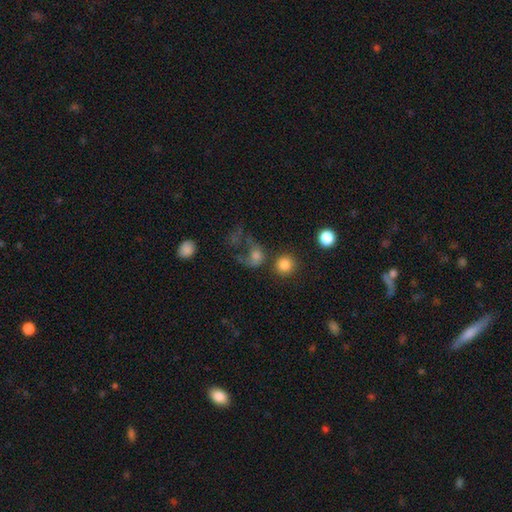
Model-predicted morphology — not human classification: Smooth or featured: smooth — 57% (featured or disk — 27%)
How rounded: round — 67% (in between — 32%)
Merging: major disturbance — 42% (none — 28%)